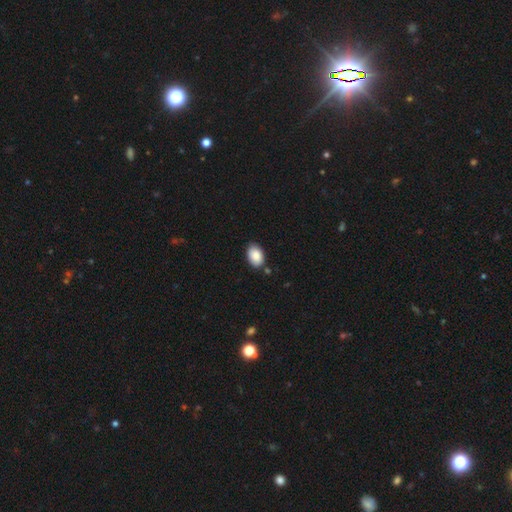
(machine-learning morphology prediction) Smooth or featured? Predicted: smooth (p=0.88). How rounded? Predicted: in between (p=0.89). Merging? Predicted: none (p=0.78).